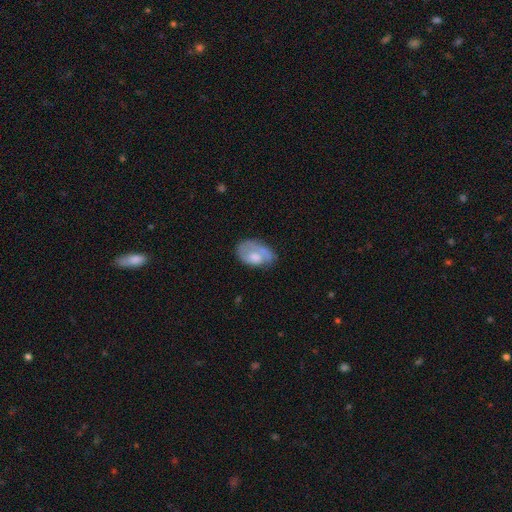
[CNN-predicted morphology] A smooth galaxy with no disk features (54%) that is in between round and cigar-shaped (89%). Merging: none (45%).